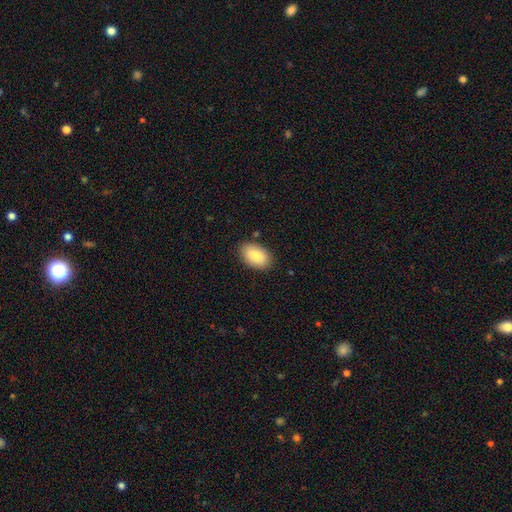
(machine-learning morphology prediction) The model was most divided on "smooth or featured": smooth: 84%, featured or disk: 10%, star or artifact: 6%. More confident: how rounded — in between (93%); merging — none (85%).